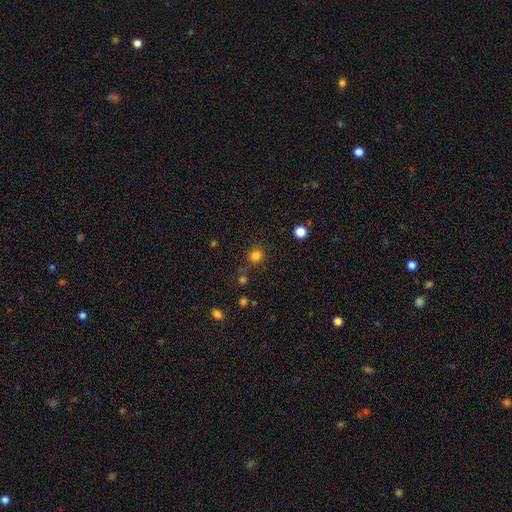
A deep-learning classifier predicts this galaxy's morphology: type=smooth (80%); roundness=round (90%); merging=none (79%).